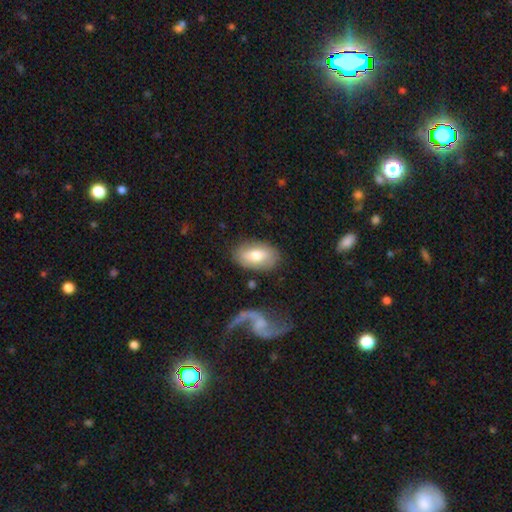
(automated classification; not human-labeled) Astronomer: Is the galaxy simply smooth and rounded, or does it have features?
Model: smooth — 70%.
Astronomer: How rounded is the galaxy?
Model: in between — 91%.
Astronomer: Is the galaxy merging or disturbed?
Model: none — 80%.